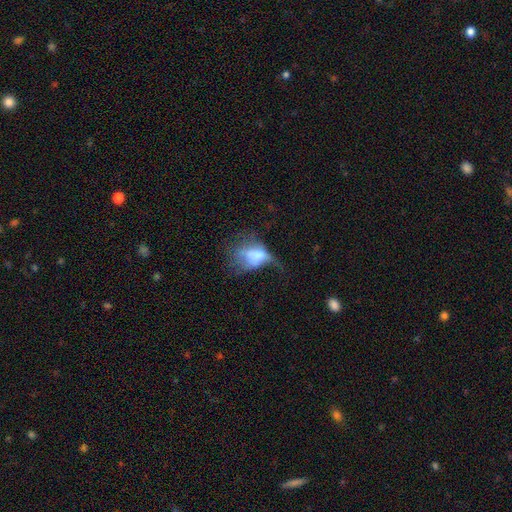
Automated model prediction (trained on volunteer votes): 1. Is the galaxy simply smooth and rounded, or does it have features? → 52% smooth, 37% featured or disk, 12% star or artifact.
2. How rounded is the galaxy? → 75% in between, 22% round, 2% cigar-shaped.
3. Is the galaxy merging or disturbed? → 56% major disturbance, 18% minor disturbance, 17% none, 10% merger.